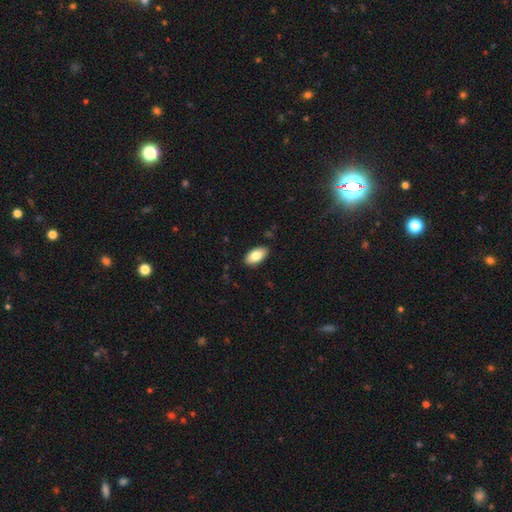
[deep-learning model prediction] Morphology: type=smooth (80%); roundness=in between (94%); merging=none (87%).